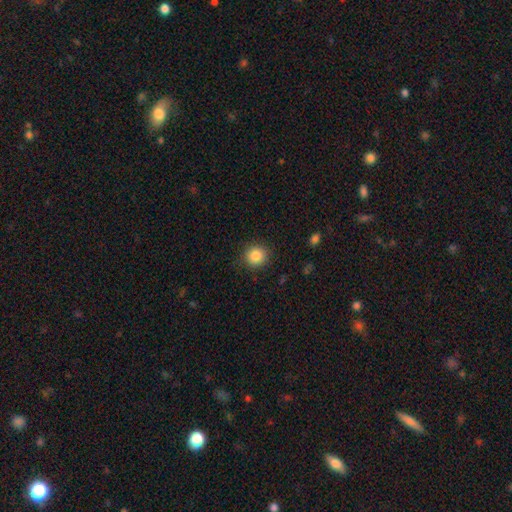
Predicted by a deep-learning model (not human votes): Smooth or featured?
  - smooth: 85% *
  - star or artifact: 10%
  - featured or disk: 5%
How rounded?
  - round: 90% *
  - in between: 9%
  - cigar-shaped: 1%
Merging?
  - none: 88% *
  - minor disturbance: 8%
  - major disturbance: 2%
  - merger: 1%